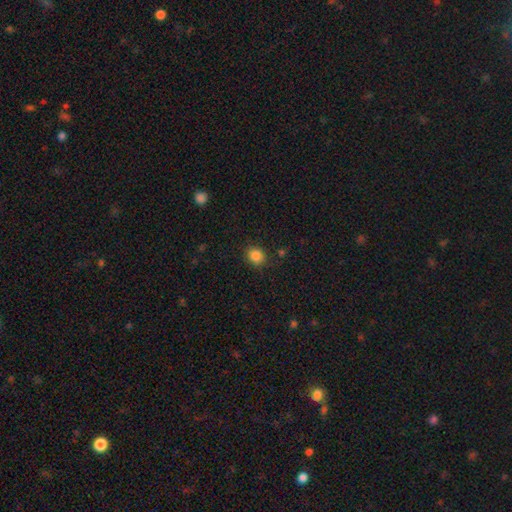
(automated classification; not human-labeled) Smooth or featured? Predicted: smooth (p=0.85). How rounded? Predicted: round (p=0.79). Merging? Predicted: none (p=0.84).